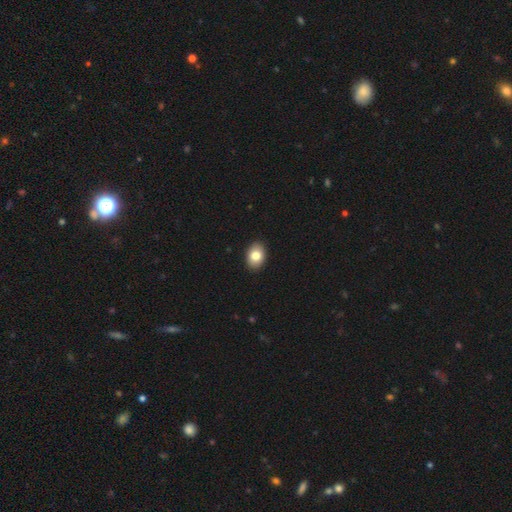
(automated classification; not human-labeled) A smooth galaxy with no disk features (82%) that is in between round and cigar-shaped (79%). Merging: none (91%).